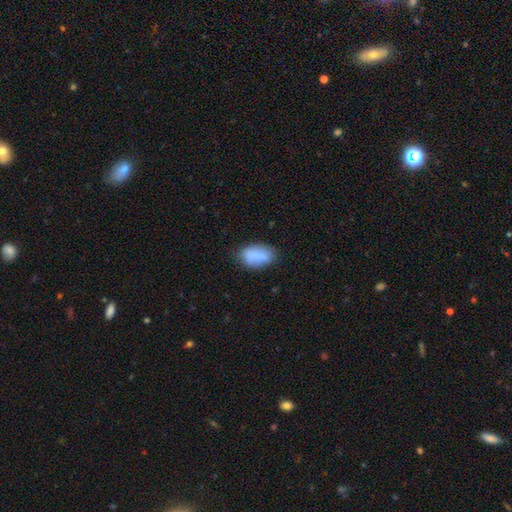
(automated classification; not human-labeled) This is clearly a smooth galaxy (85%). How rounded: clearly in between (92%). Merging: likely none (70%).